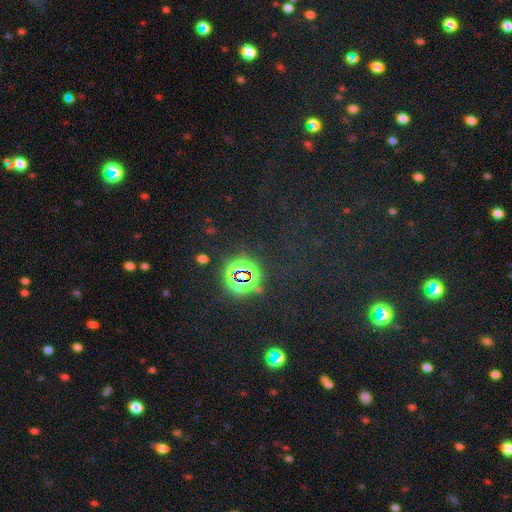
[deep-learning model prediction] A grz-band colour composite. It shows a star or artifact, not a galaxy (69%).